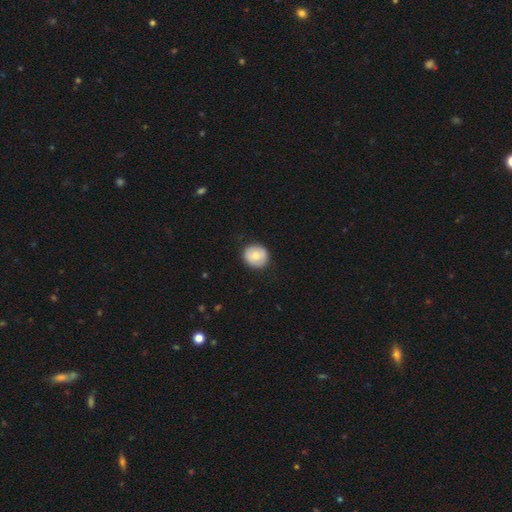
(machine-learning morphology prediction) smooth-or-featured: smooth: 70% | featured or disk: 23% | star or artifact: 7%
  how-rounded: round: 88% | in between: 11% | cigar-shaped: 1%
  merging: none: 88% | minor disturbance: 9% | major disturbance: 2% | merger: 1%